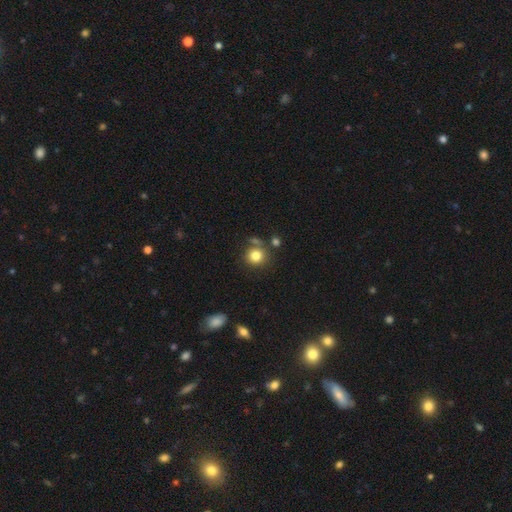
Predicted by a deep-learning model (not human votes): Smooth or featured: smooth — 82% (star or artifact — 11%)
How rounded: round — 88% (in between — 12%)
Merging: none — 72% (merger — 12%)